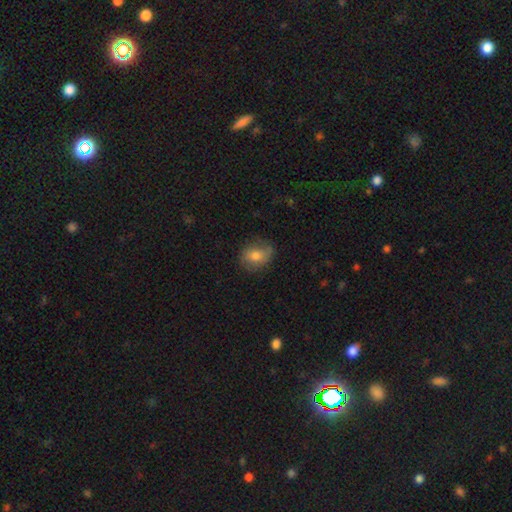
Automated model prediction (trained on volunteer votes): A smooth galaxy with no disk features (69%) that is in between round and cigar-shaped (52%).

Vote fractions:
- Smooth or featured? smooth: 69% / featured or disk: 22% / star or artifact: 9%
- How rounded? in between: 52% / round: 47% / cigar-shaped: 1%
- Merging? none: 72% / minor disturbance: 21% / major disturbance: 6% / merger: 1%